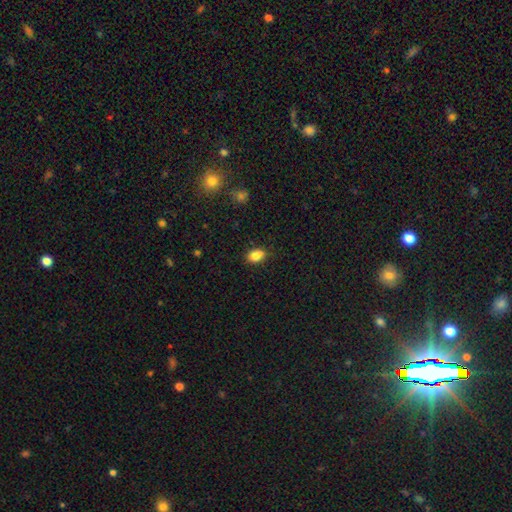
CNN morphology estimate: Smooth or featured?
  - smooth: 83% *
  - star or artifact: 10%
  - featured or disk: 7%
How rounded?
  - in between: 76% *
  - round: 22%
  - cigar-shaped: 2%
Merging?
  - none: 73% *
  - minor disturbance: 20%
  - merger: 3%
  - major disturbance: 3%